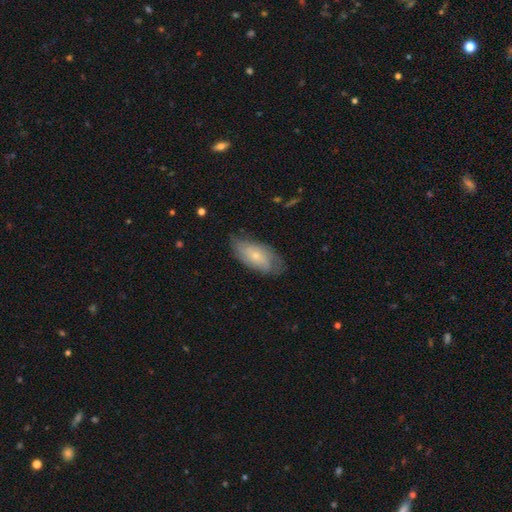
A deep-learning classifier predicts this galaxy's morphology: Q: Smooth or featured?
A: smooth (48%); runner-up: featured or disk (45%)
Q: Merging?
A: none (66%); runner-up: minor disturbance (25%)